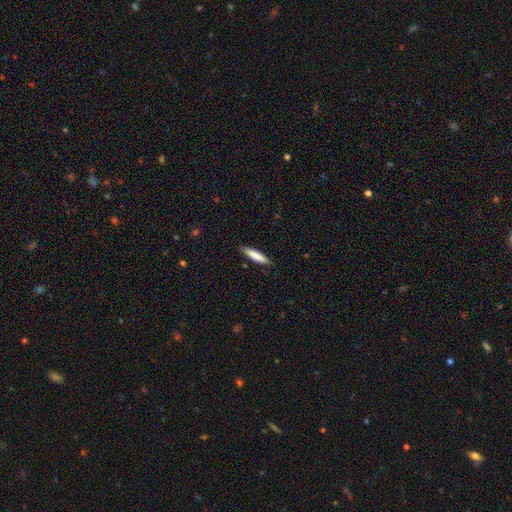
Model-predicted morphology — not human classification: Q: Smooth or featured?
A: smooth (78%); runner-up: featured or disk (16%)
Q: How rounded?
A: cigar-shaped (86%); runner-up: in between (13%)
Q: Merging?
A: none (88%); runner-up: minor disturbance (9%)